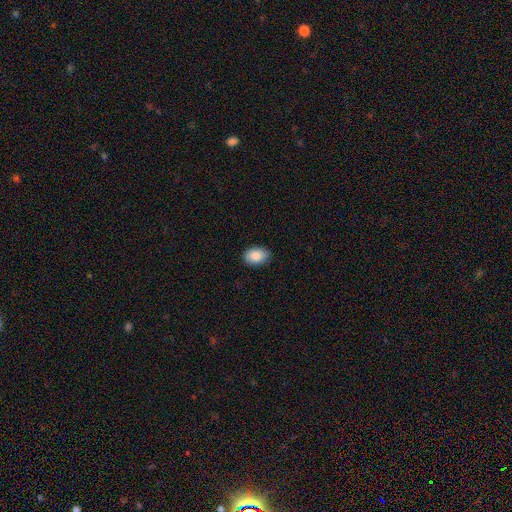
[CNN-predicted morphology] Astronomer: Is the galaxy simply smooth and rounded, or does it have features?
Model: smooth — 87%.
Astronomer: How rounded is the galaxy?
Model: in between — 84%.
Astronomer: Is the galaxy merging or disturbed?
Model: none — 83%.